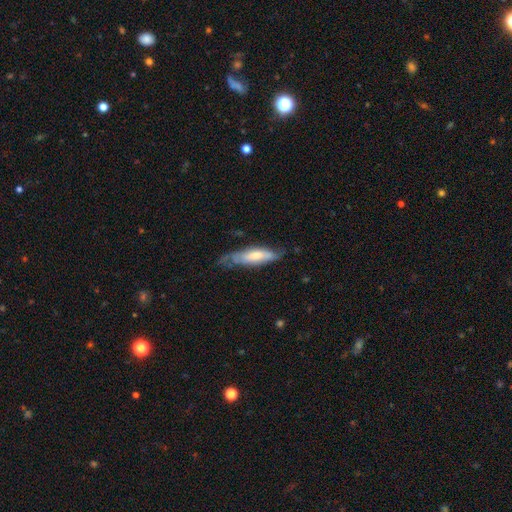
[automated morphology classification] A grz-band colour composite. It shows a smooth galaxy with no disk features (56%) that is cigar-shaped (57%). Merging: none (47%).